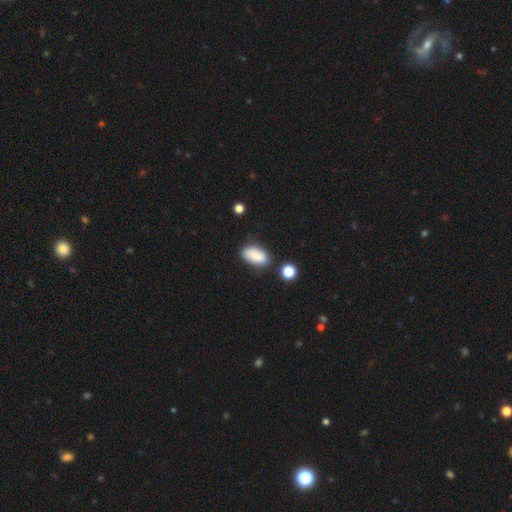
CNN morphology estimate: Overall: smooth (85%). How rounded: in between (92%). Merging: none (73%).